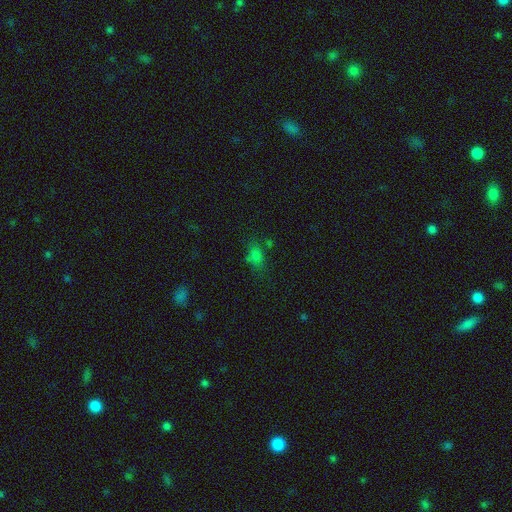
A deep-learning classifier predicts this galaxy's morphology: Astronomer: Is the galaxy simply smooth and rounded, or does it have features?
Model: smooth — 68%.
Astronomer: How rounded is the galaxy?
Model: in between — 75%.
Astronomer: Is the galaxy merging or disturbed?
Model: none — 59%.